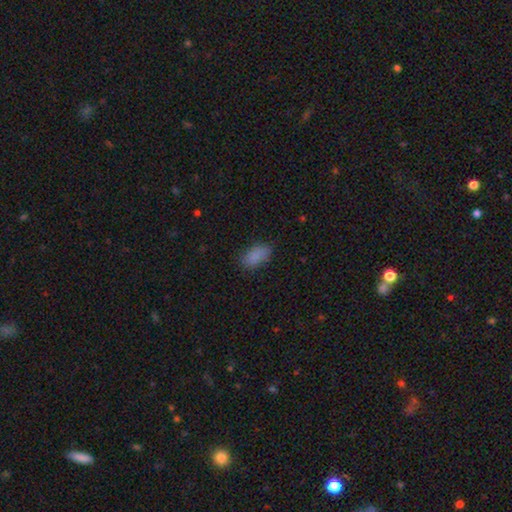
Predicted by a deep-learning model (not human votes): A smooth galaxy with no disk features (86%) that is in between round and cigar-shaped (93%).

Vote fractions:
- Smooth or featured? smooth: 86% / star or artifact: 10% / featured or disk: 4%
- How rounded? in between: 93% / round: 4% / cigar-shaped: 3%
- Merging? none: 79% / minor disturbance: 15% / major disturbance: 4% / merger: 1%